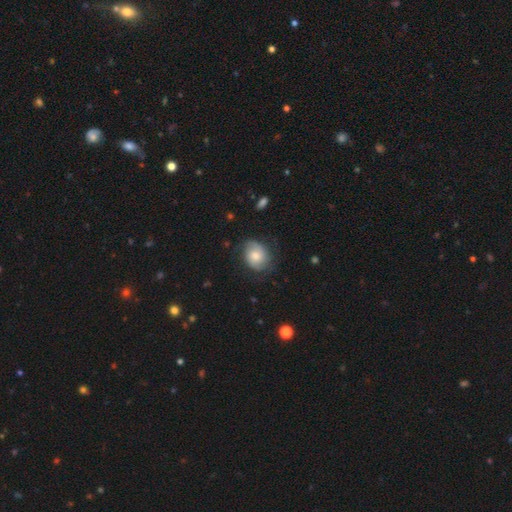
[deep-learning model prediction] Smooth or featured?
  - smooth: 51% *
  - featured or disk: 42%
  - star or artifact: 8%
How rounded?
  - round: 53% *
  - in between: 46%
  - cigar-shaped: 1%
Merging?
  - none: 67% *
  - minor disturbance: 23%
  - major disturbance: 8%
  - merger: 1%